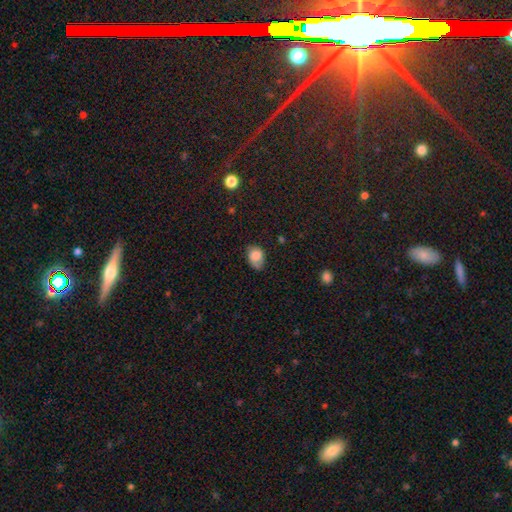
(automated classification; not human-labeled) smooth 76%, featured or disk 15%, star or artifact 9%. Down the decision tree: how rounded — in between (76%); merging — none (53%).